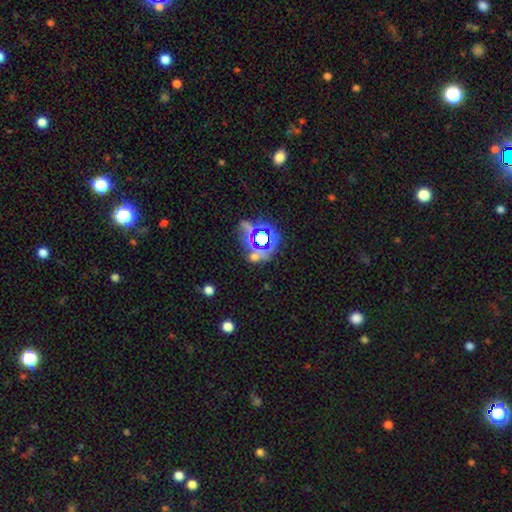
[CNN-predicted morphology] smooth-or-featured: star or artifact: 61% | smooth: 28% | featured or disk: 11%